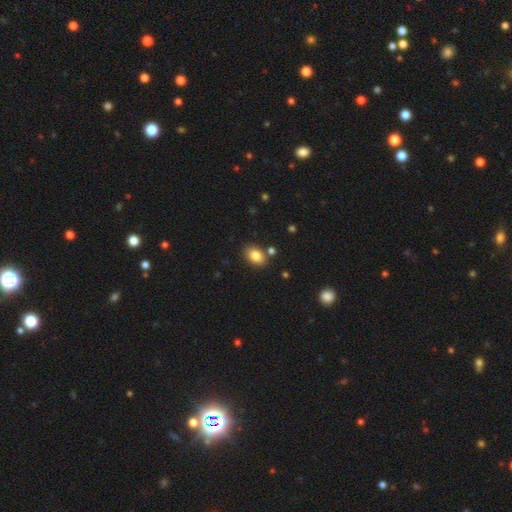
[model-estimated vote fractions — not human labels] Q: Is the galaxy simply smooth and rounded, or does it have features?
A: smooth — 83%.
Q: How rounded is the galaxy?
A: in between — 81%.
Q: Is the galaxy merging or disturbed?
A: none — 80%.